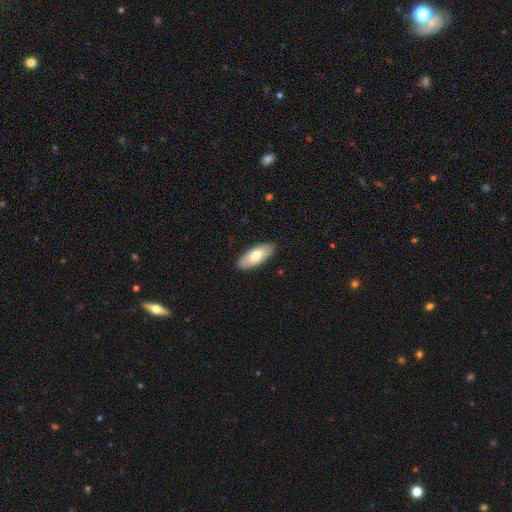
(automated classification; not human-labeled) Morphology: type=smooth (72%); roundness=in between (85%); merging=none (88%).